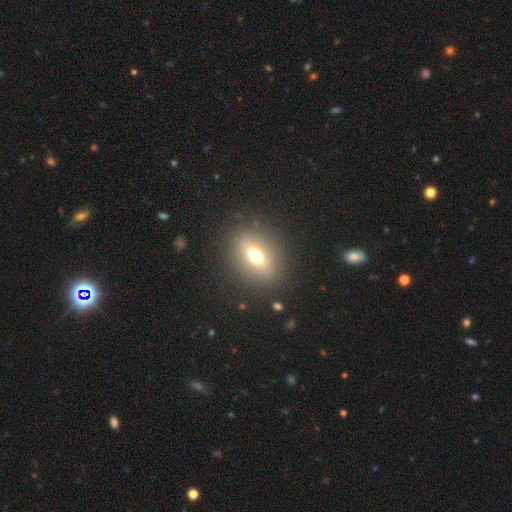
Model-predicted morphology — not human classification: smooth_or_featured: smooth (p=0.63) [alt: featured or disk p=0.24]
how_rounded: in between (p=0.65) [alt: round p=0.28]
merging: none (p=0.86) [alt: minor disturbance p=0.09]